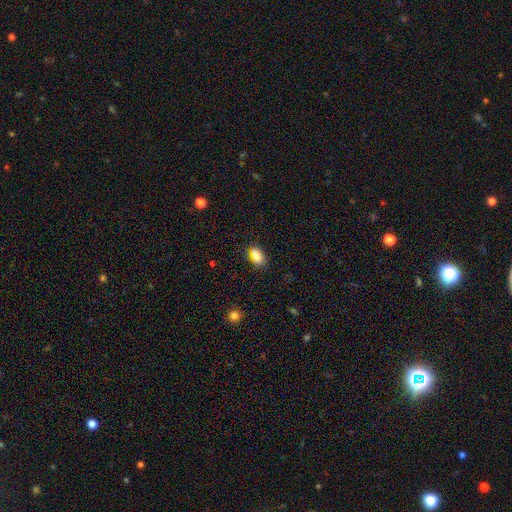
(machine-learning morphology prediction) smooth-or-featured: smooth: 84% | star or artifact: 11% | featured or disk: 6%
  how-rounded: in between: 87% | round: 9% | cigar-shaped: 4%
  merging: none: 78% | minor disturbance: 15% | major disturbance: 4% | merger: 3%